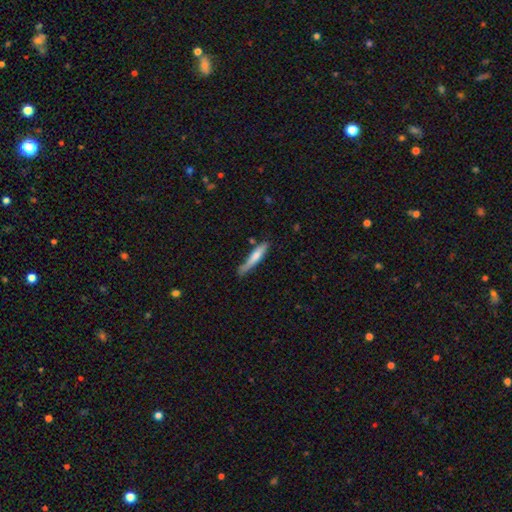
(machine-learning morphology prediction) smooth 59%, featured or disk 35%, star or artifact 6%. Down the decision tree: how rounded — cigar-shaped (92%); merging — none (70%).